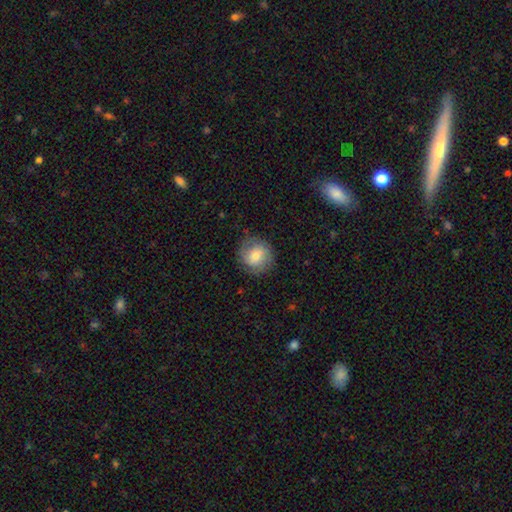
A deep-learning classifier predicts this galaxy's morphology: Smooth or featured? Predicted: smooth (p=0.63). How rounded? Predicted: round (p=0.85). Merging? Predicted: none (p=0.76).